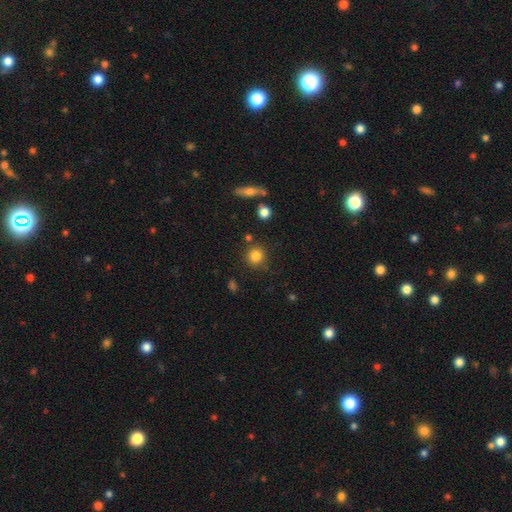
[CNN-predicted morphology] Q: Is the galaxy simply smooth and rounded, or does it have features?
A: smooth — 83%.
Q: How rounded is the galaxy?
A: round — 91%.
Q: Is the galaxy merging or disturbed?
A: none — 83%.